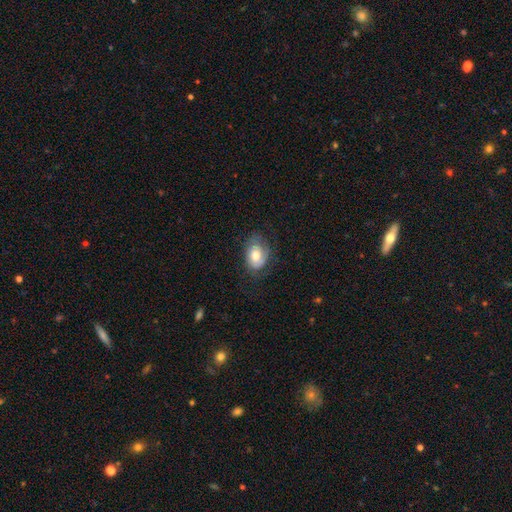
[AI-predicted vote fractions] Smooth or featured: smooth — 54% (featured or disk — 39%)
How rounded: in between — 79% (round — 20%)
Merging: none — 61% (minor disturbance — 24%)